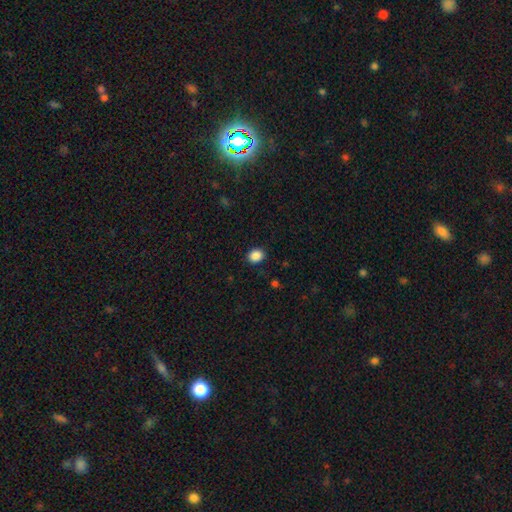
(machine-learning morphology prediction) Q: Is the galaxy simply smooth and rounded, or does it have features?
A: smooth — 88%.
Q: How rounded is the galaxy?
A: round — 56%.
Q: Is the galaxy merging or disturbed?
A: none — 90%.